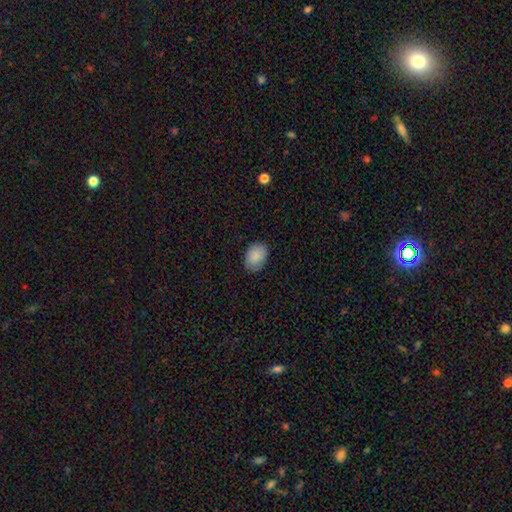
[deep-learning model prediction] Smooth or featured?
  - smooth: 88% *
  - star or artifact: 7%
  - featured or disk: 5%
How rounded?
  - in between: 74% *
  - round: 25%
  - cigar-shaped: 1%
Merging?
  - none: 83% *
  - minor disturbance: 13%
  - major disturbance: 3%
  - merger: 1%